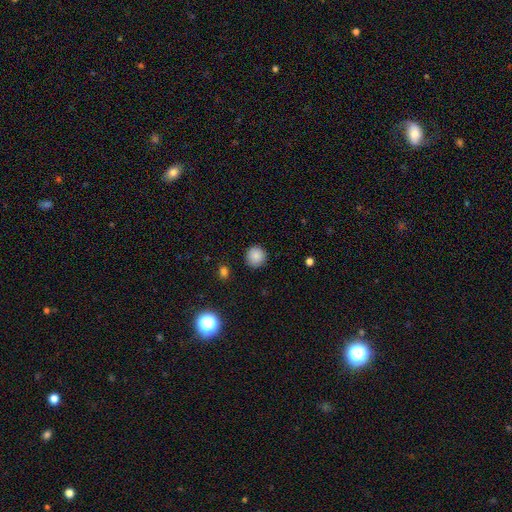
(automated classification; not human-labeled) Smooth or featured? Predicted: smooth (p=0.85). How rounded? Predicted: round (p=0.94). Merging? Predicted: none (p=0.89).